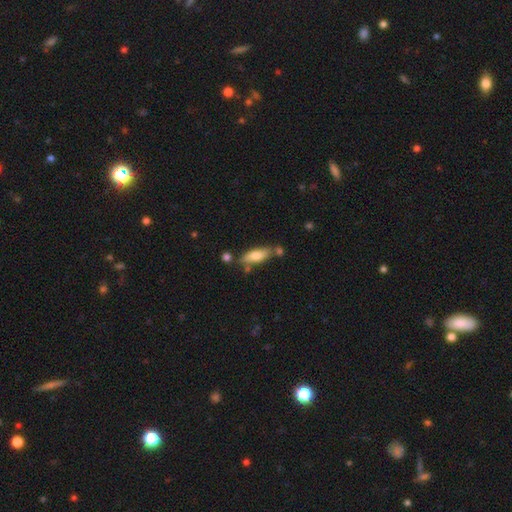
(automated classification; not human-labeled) This appears to be a smooth galaxy with no disk features (73%) that is in between round and cigar-shaped (58%). Merging: none (68%).